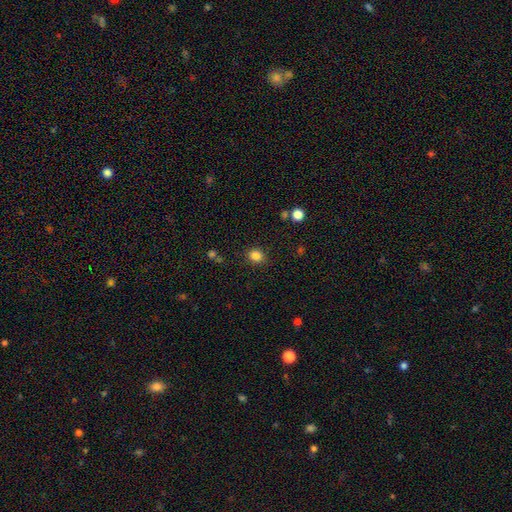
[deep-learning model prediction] smooth_or_featured: smooth (p=0.84) [alt: star or artifact p=0.12]
how_rounded: round (p=0.69) [alt: in between p=0.30]
merging: none (p=0.86) [alt: minor disturbance p=0.09]